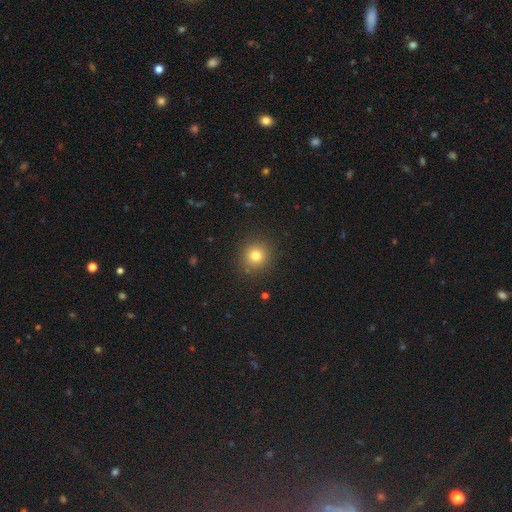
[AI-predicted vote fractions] smooth_or_featured: smooth (p=0.78) [alt: star or artifact p=0.15]
how_rounded: round (p=0.92) [alt: in between p=0.07]
merging: none (p=0.90) [alt: minor disturbance p=0.06]